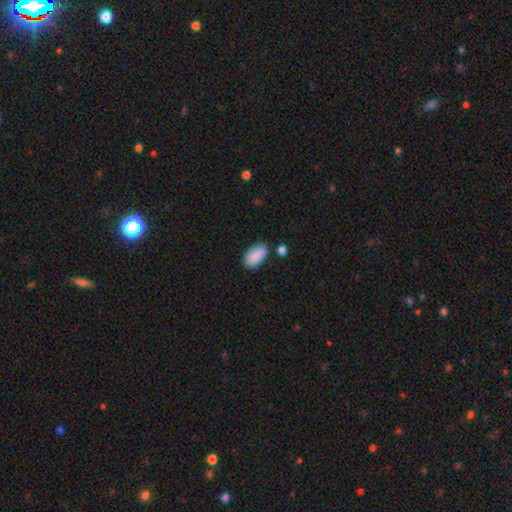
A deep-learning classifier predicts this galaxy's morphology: smooth 89%, star or artifact 6%, featured or disk 5%. Down the decision tree: how rounded — in between (94%); merging — none (80%).